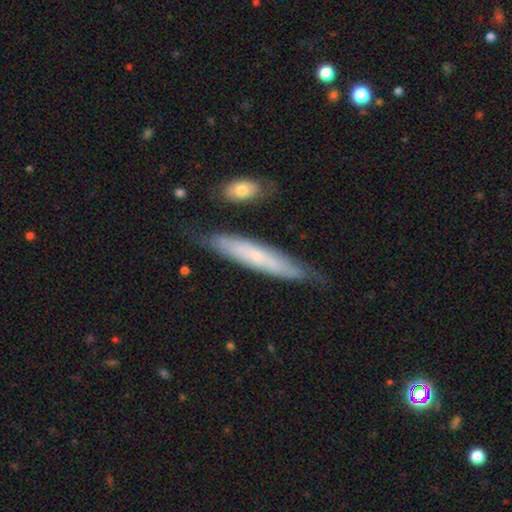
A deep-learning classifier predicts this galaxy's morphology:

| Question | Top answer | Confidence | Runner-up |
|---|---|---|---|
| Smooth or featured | featured or disk | 48% | smooth (45%) |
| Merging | none | 73% | minor disturbance (19%) |